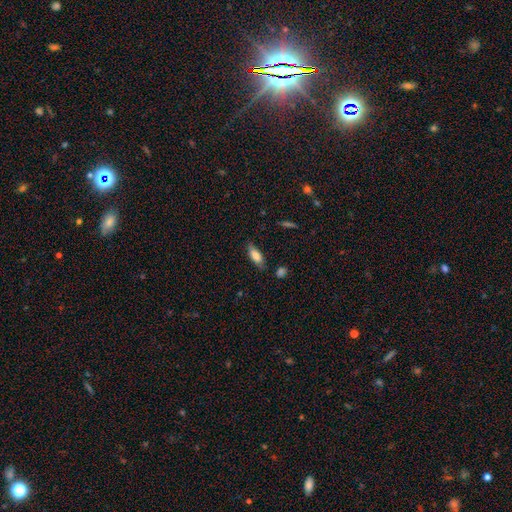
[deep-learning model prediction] Smooth or featured? Predicted: smooth (p=0.77). How rounded? Predicted: in between (p=0.71). Merging? Predicted: none (p=0.77).